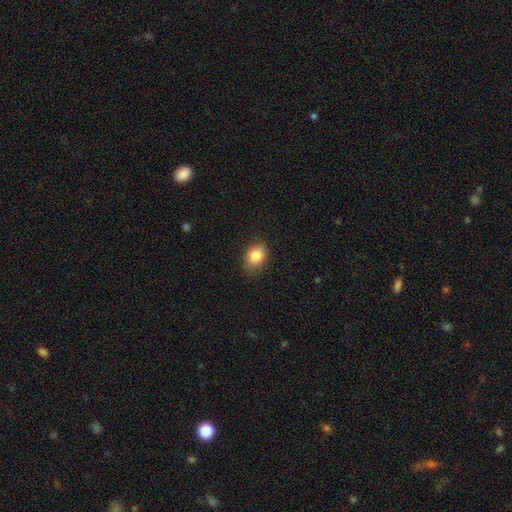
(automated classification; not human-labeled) smooth_or_featured: smooth (p=0.84) [alt: star or artifact p=0.09]
how_rounded: in between (p=0.67) [alt: round p=0.31]
merging: none (p=0.82) [alt: minor disturbance p=0.14]